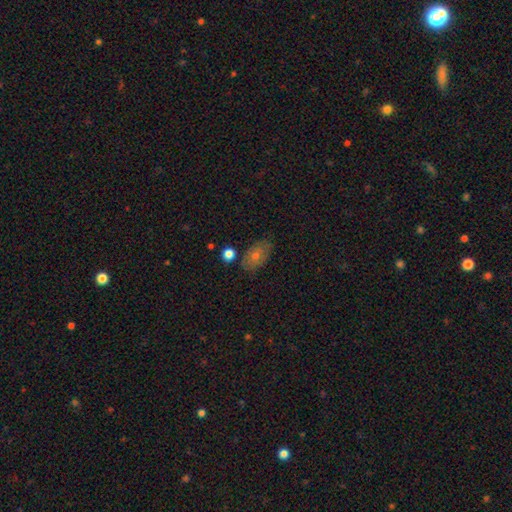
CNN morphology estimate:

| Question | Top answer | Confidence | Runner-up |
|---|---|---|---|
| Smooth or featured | smooth | 59% | featured or disk (26%) |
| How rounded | in between | 87% | round (10%) |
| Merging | none | 77% | minor disturbance (15%) |